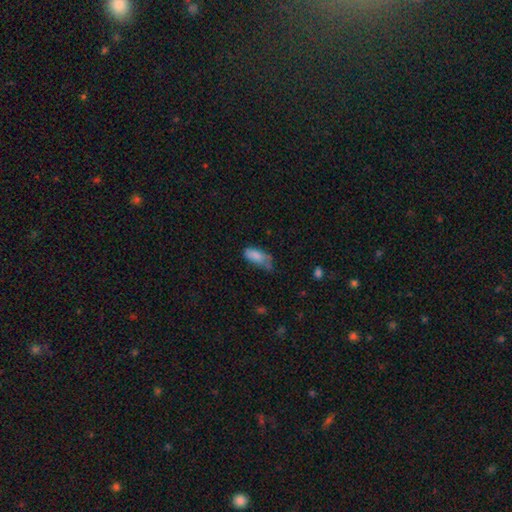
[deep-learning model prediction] This appears to be a smooth galaxy with no disk features (81%) that is in between round and cigar-shaped (86%). Merging: minor disturbance (41%).